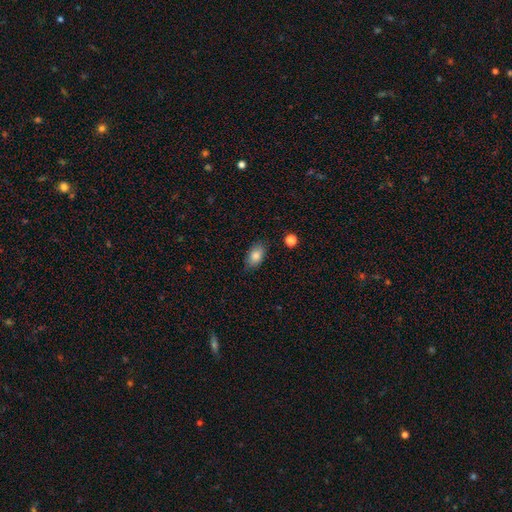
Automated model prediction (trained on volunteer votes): smooth_or_featured: smooth (p=0.84) [alt: star or artifact p=0.08]
how_rounded: in between (p=0.89) [alt: round p=0.08]
merging: none (p=0.82) [alt: minor disturbance p=0.13]